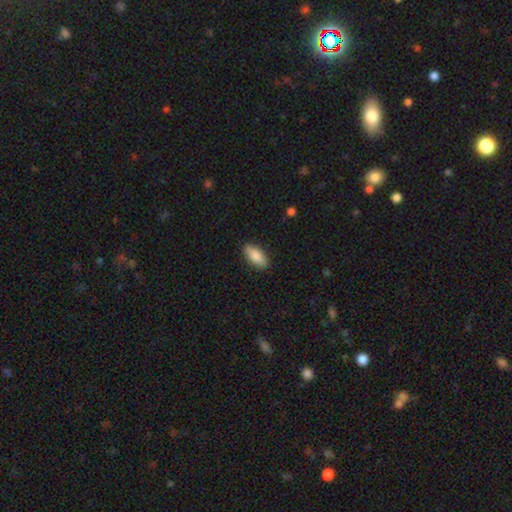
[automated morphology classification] This is clearly a smooth galaxy (85%). How rounded: clearly in between (85%). Merging: clearly none (88%).